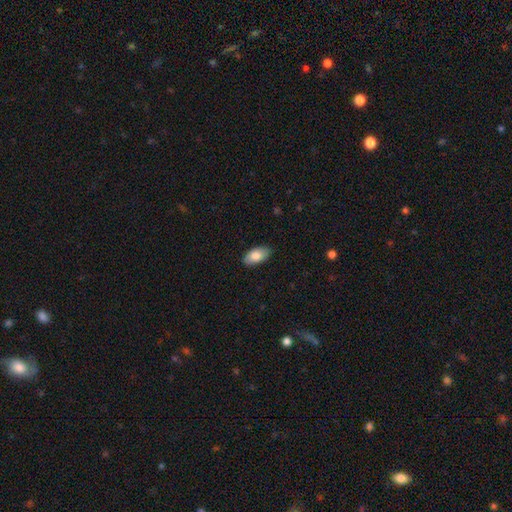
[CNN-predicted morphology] This is clearly a smooth galaxy (83%). How rounded: clearly in between (94%). Merging: clearly none (88%).